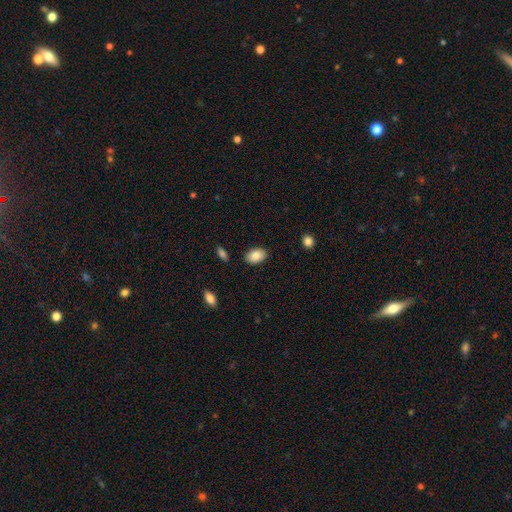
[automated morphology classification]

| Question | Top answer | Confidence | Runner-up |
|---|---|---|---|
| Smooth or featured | smooth | 87% | star or artifact (7%) |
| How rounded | in between | 90% | round (9%) |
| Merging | none | 87% | minor disturbance (9%) |